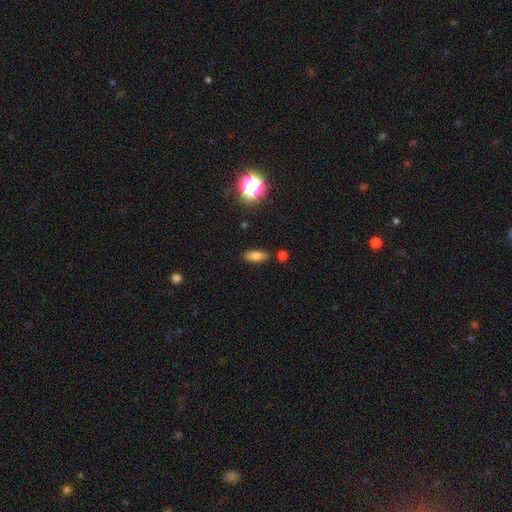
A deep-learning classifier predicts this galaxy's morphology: The model was most divided on "how rounded": in between: 75%, cigar-shaped: 20%, round: 5%. More confident: merging — none (83%); smooth or featured — smooth (75%).